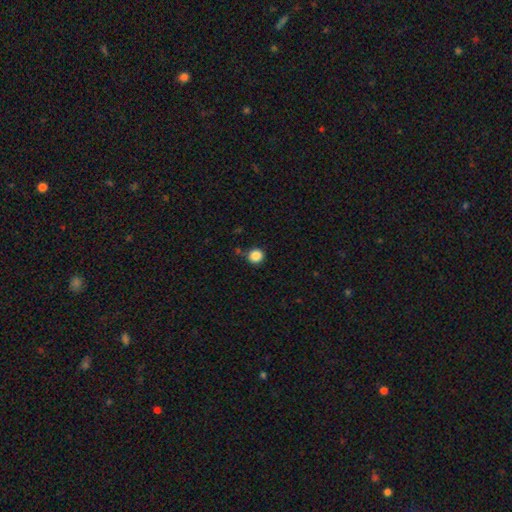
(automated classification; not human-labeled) Q: Smooth or featured?
A: smooth (86%); runner-up: star or artifact (11%)
Q: How rounded?
A: round (91%); runner-up: in between (8%)
Q: Merging?
A: none (83%); runner-up: minor disturbance (11%)